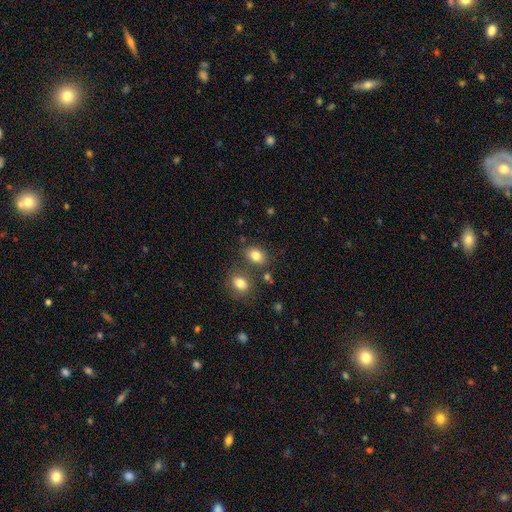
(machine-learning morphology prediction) Q: Smooth or featured?
A: smooth (82%); runner-up: star or artifact (10%)
Q: How rounded?
A: in between (79%); runner-up: round (19%)
Q: Merging?
A: none (69%); runner-up: merger (15%)